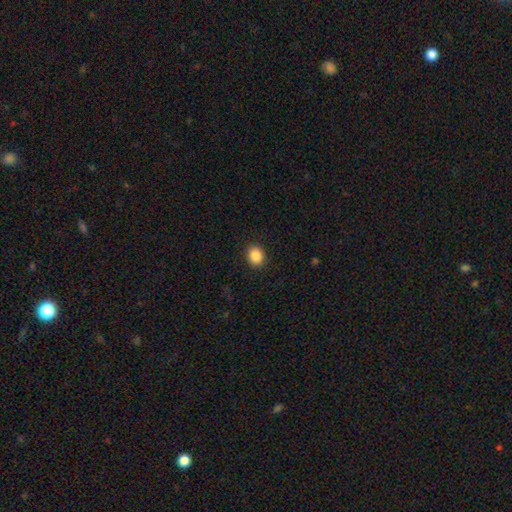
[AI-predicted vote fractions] This appears to be a smooth galaxy with no disk features (88%) that is round (64%). Merging: none (90%).